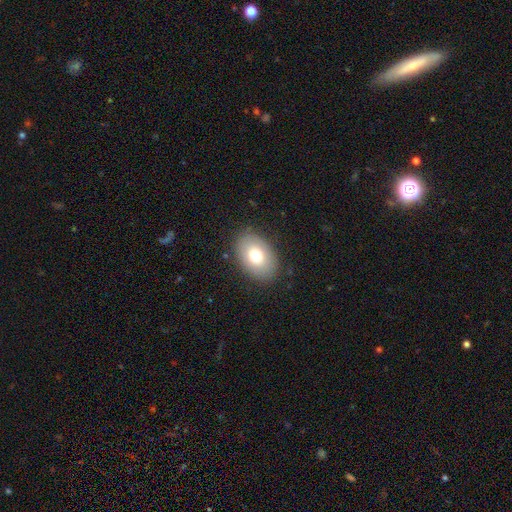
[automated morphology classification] Smooth or featured? Predicted: smooth (p=0.74). How rounded? Predicted: in between (p=0.85). Merging? Predicted: none (p=0.86).